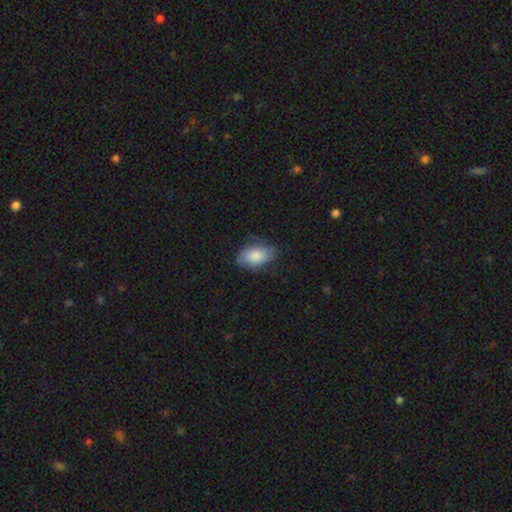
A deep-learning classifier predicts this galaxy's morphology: Smooth or featured? smooth (80%)
How rounded? in between (91%)
Merging? none (68%)